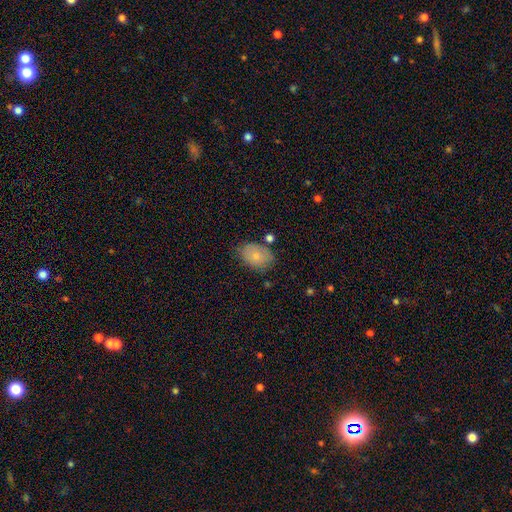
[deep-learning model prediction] Overall: smooth (79%). How rounded: in between (81%). Merging: none (71%).